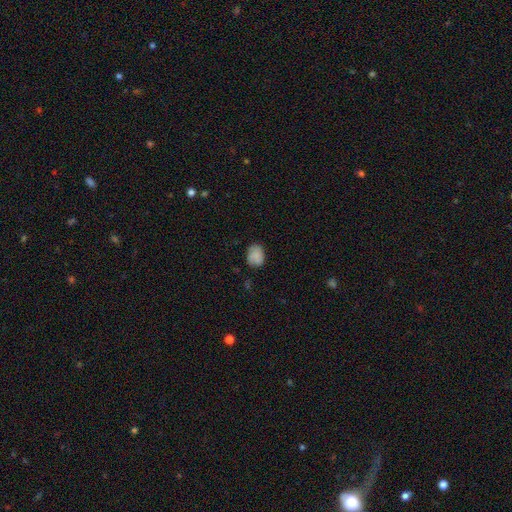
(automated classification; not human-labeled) Smooth or featured? smooth (80%)
How rounded? in between (58%)
Merging? none (68%)